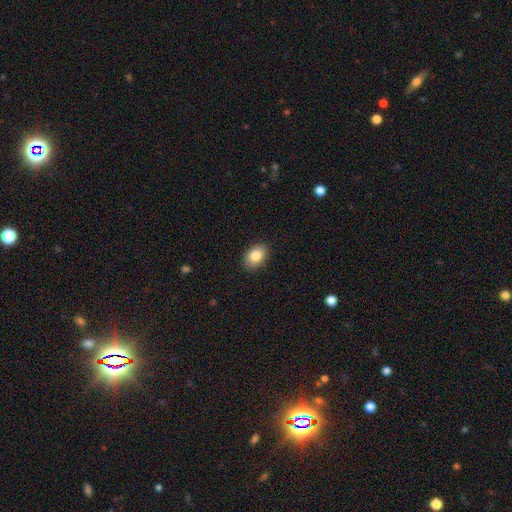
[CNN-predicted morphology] This is clearly a smooth galaxy (85%). How rounded: clearly in between (83%). Merging: clearly none (89%).